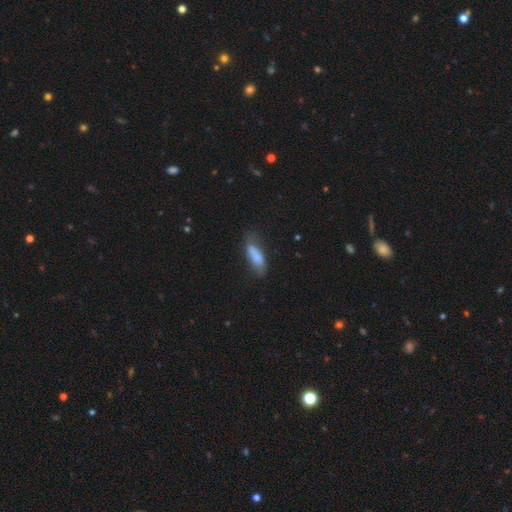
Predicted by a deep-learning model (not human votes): smooth_or_featured: smooth (p=0.75) [alt: featured or disk p=0.17]
how_rounded: in between (p=0.55) [alt: cigar-shaped p=0.42]
merging: none (p=0.47) [alt: minor disturbance p=0.33]